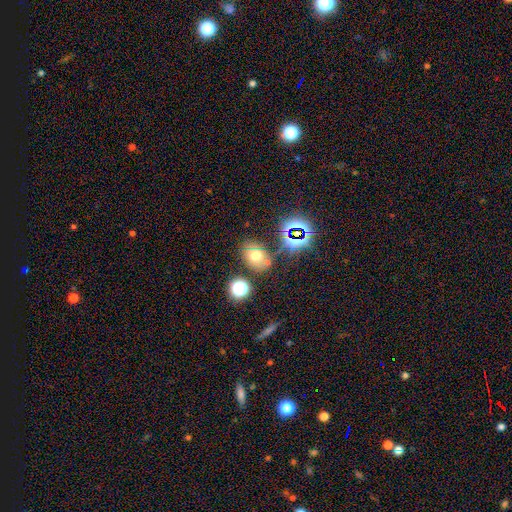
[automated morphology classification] Smooth or featured? Predicted: smooth (p=0.56). How rounded? Predicted: in between (p=0.56). Merging? Predicted: none (p=0.66).